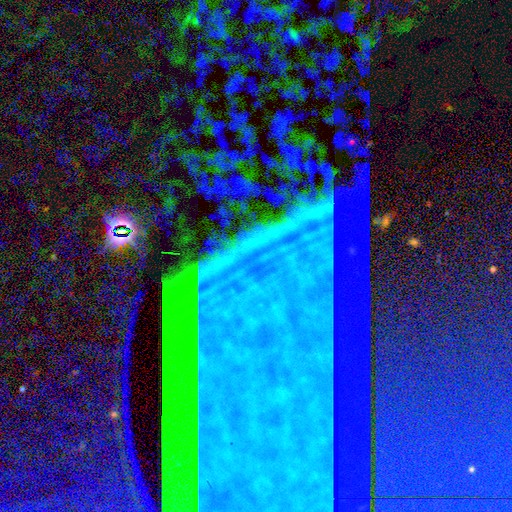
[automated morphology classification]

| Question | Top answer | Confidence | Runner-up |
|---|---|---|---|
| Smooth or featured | star or artifact | 78% | featured or disk (13%) |